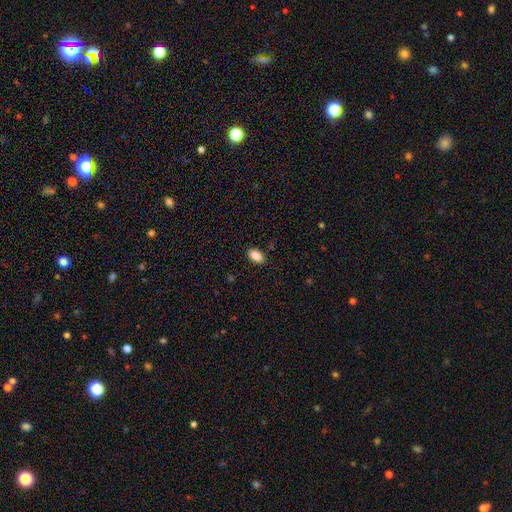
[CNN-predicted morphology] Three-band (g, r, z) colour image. It shows a smooth galaxy with no disk features (88%) that is in between round and cigar-shaped (92%). Merging: none (87%).